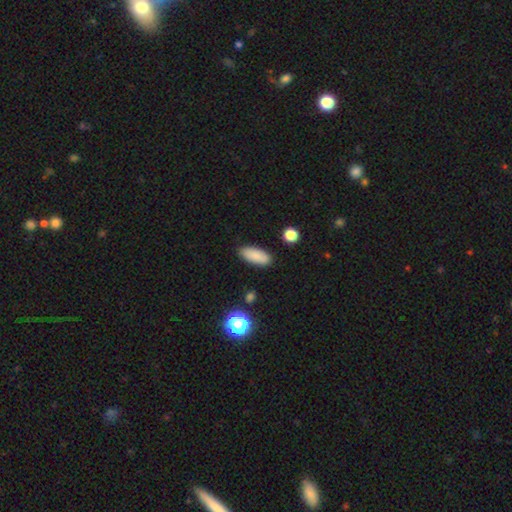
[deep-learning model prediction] A smooth galaxy with no disk features (86%) that is in between round and cigar-shaped (78%). Merging: none (88%).